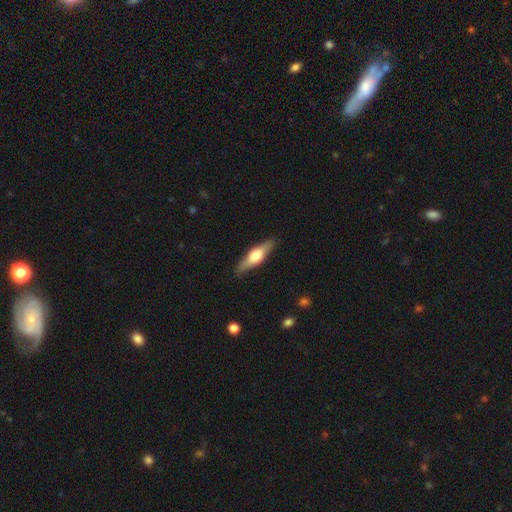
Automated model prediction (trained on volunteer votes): Smooth or featured?
  - featured or disk: 52% *
  - smooth: 42%
  - star or artifact: 5%
Edge-on disk?
  - yes: 93% *
  - no: 7%
Merging?
  - none: 88% *
  - minor disturbance: 9%
  - major disturbance: 2%
  - merger: 1%